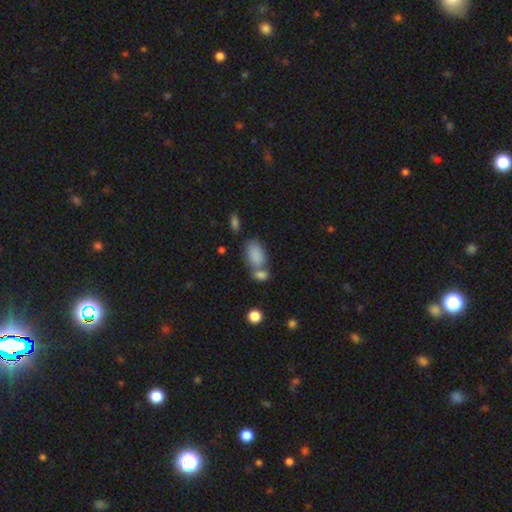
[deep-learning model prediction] smooth-or-featured: smooth: 85% | star or artifact: 8% | featured or disk: 7%
  how-rounded: in between: 91% | round: 7% | cigar-shaped: 2%
  merging: none: 45% | merger: 36% | minor disturbance: 14% | major disturbance: 5%